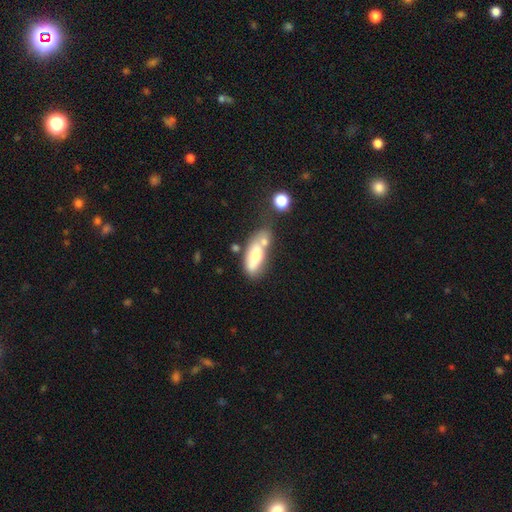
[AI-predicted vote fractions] This appears to be a smooth galaxy with no disk features (59%) that is in between round and cigar-shaped (72%). Merging: merger (36%).